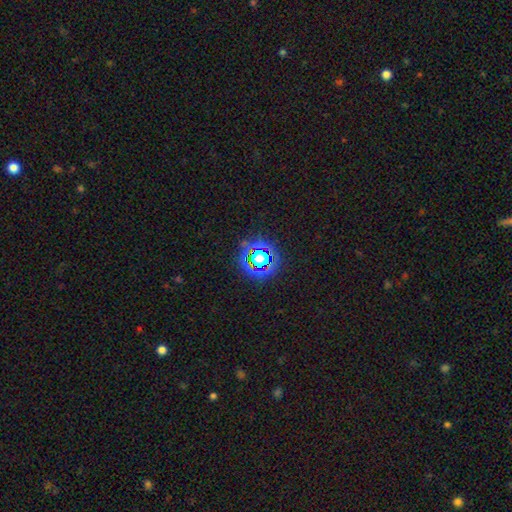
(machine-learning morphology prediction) Q: Smooth or featured?
A: star or artifact (64%); runner-up: smooth (25%)